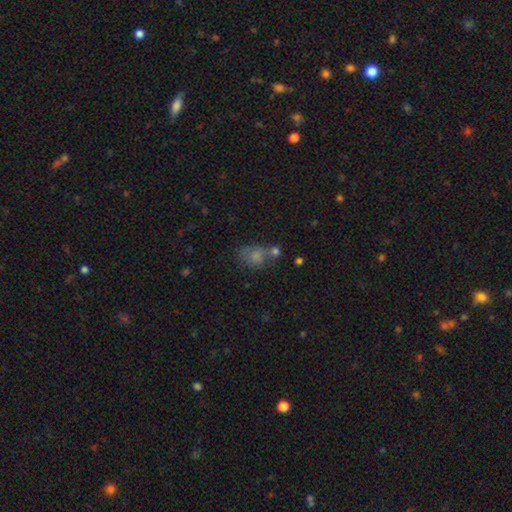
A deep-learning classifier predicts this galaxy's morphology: smooth 68%, star or artifact 16%, featured or disk 16%. Down the decision tree: how rounded — in between (65%); merging — none (33%, tied with merger).